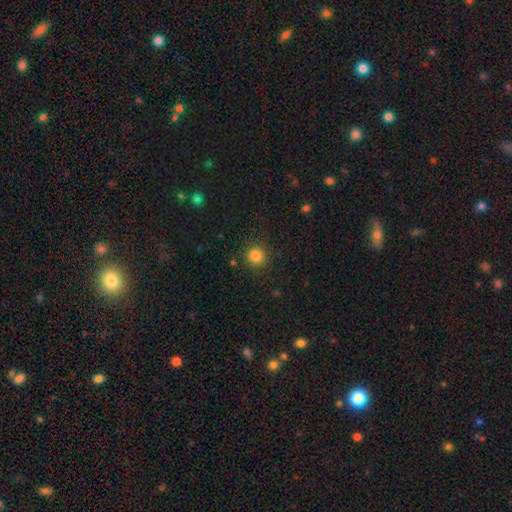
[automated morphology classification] Smooth or featured?
  - smooth: 83% *
  - star or artifact: 13%
  - featured or disk: 5%
How rounded?
  - round: 92% *
  - in between: 7%
  - cigar-shaped: 1%
Merging?
  - none: 88% *
  - minor disturbance: 8%
  - major disturbance: 3%
  - merger: 2%